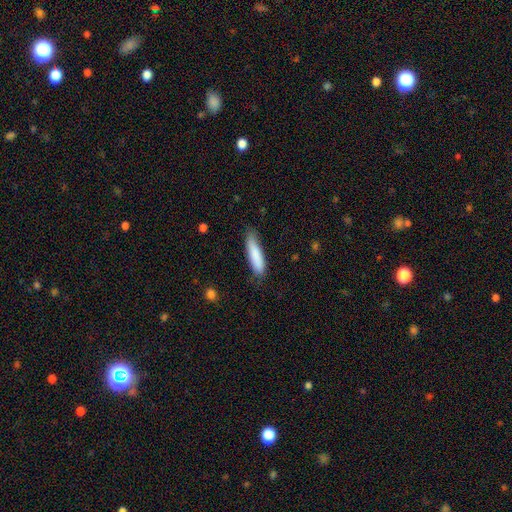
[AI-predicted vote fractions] A smooth galaxy with no disk features (84%) that is cigar-shaped (75%). Merging: none (75%).